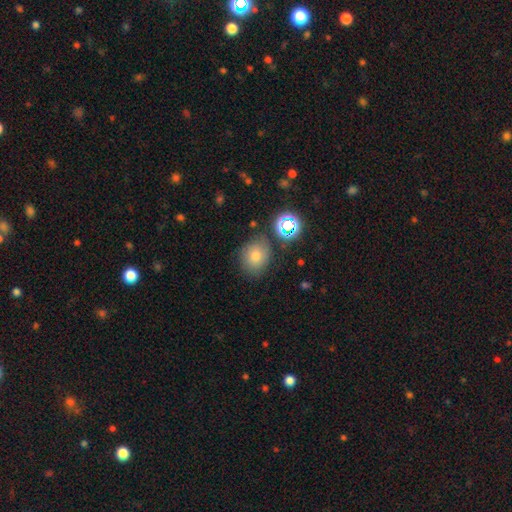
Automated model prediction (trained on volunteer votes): Smooth or featured? Predicted: smooth (p=0.69). How rounded? Predicted: round (p=0.62). Merging? Predicted: none (p=0.78).